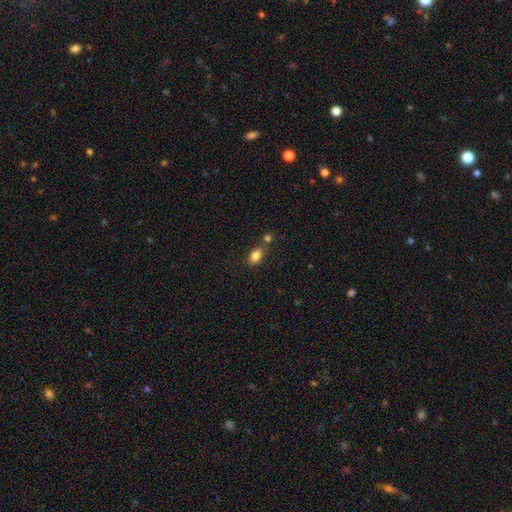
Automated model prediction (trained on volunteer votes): Smooth or featured? smooth (84%)
How rounded? in between (80%)
Merging? none (59%)